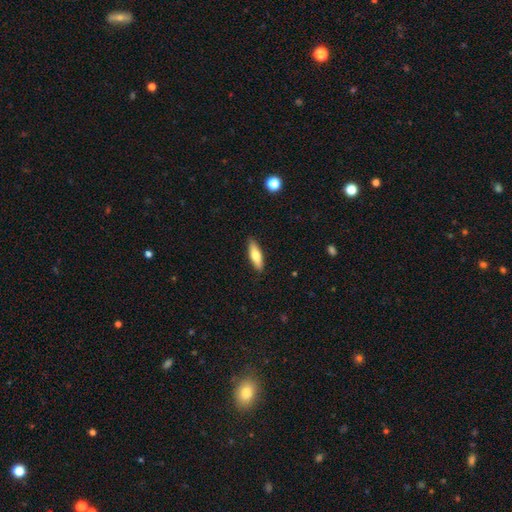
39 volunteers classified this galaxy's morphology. A smooth galaxy with no disk features (62%) that is cigar-shaped (62%).

Vote fractions:
- Smooth or featured? smooth: 62% / featured or disk: 36% / star or artifact: 3%
- How rounded? cigar-shaped: 62% / in between: 33% / round: 4%
- Merging? none: 89% / minor disturbance: 5% / major disturbance: 3% / merger: 3%